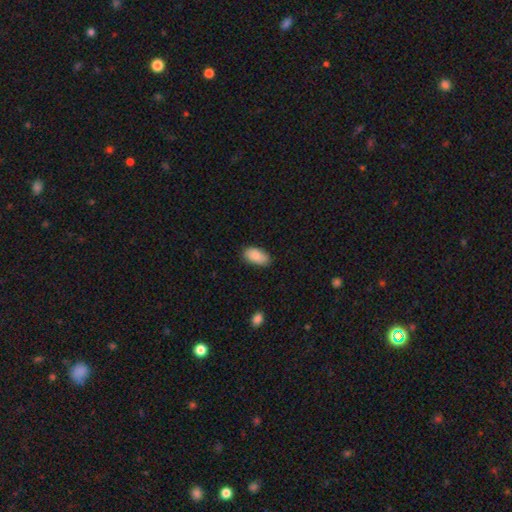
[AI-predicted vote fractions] The model was most divided on "merging": none: 81%, minor disturbance: 15%, major disturbance: 3%, merger: 1%. More confident: how rounded — in between (94%); smooth or featured — smooth (88%).